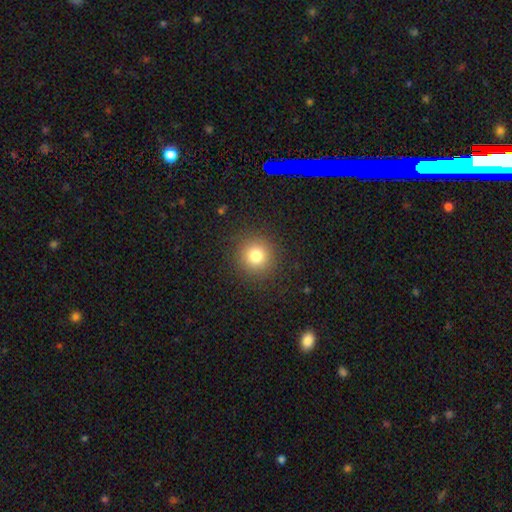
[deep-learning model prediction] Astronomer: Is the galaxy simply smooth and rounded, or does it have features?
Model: smooth — 80%.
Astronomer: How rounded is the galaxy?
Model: round — 93%.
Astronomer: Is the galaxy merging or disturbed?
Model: none — 90%.